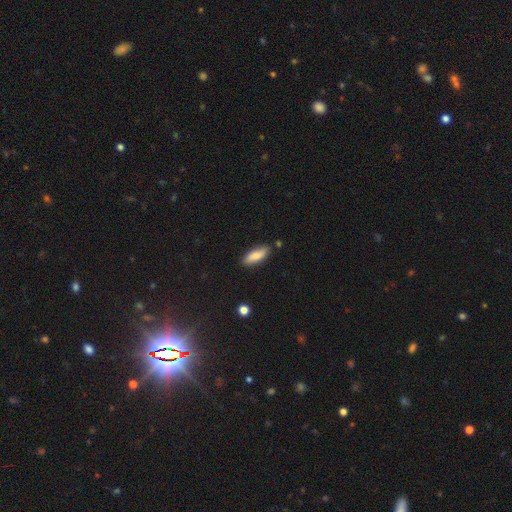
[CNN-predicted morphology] Q: Smooth or featured?
A: smooth (78%); runner-up: featured or disk (15%)
Q: How rounded?
A: in between (61%); runner-up: cigar-shaped (36%)
Q: Merging?
A: none (83%); runner-up: minor disturbance (12%)